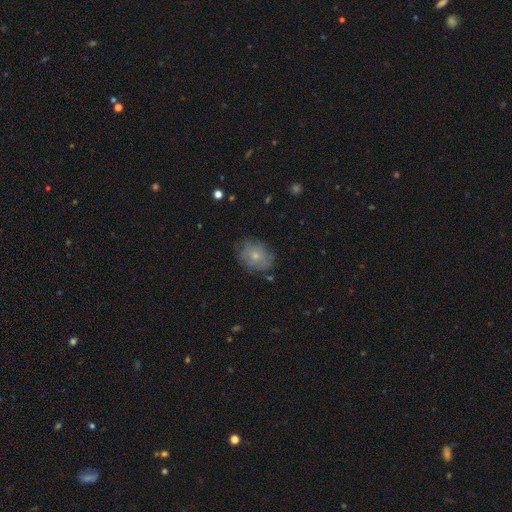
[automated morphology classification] This appears to be a smooth galaxy with no disk features (65%) that is round (50%). Merging: none (72%).